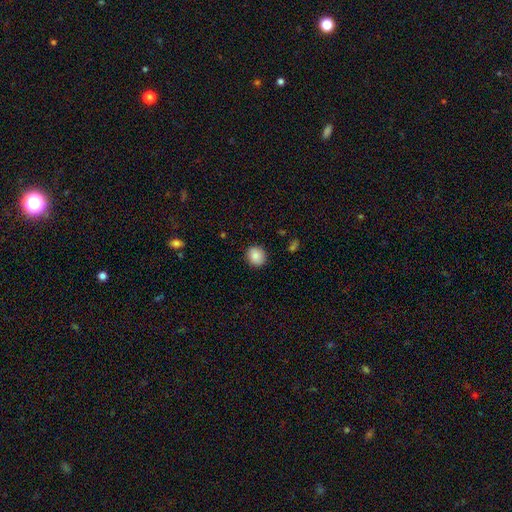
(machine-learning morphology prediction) The model was most divided on "how rounded": round: 82%, in between: 17%, cigar-shaped: 1%. More confident: merging — none (89%); smooth or featured — smooth (86%).